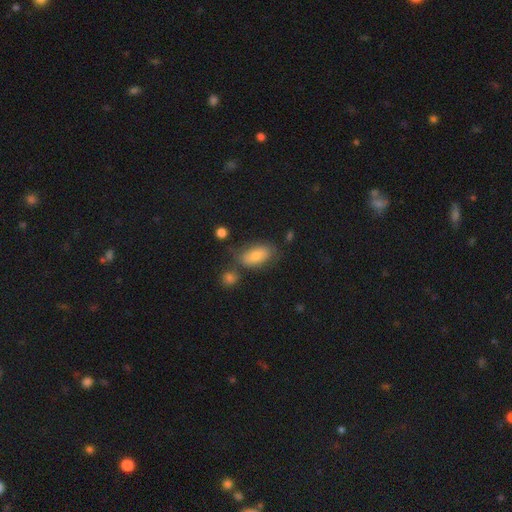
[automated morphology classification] type=smooth (73%); roundness=in between (90%); merging=none (63%).